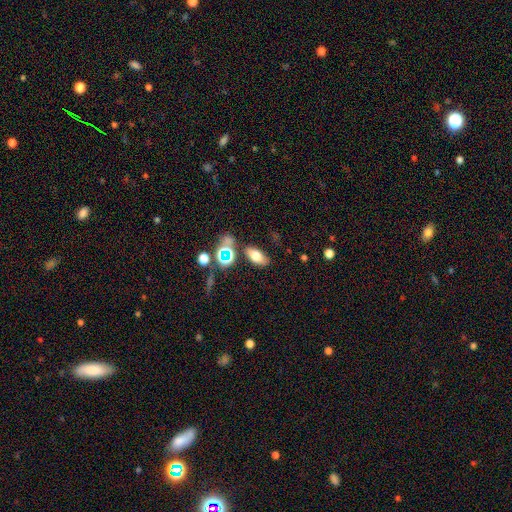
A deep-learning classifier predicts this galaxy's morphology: smooth_or_featured: smooth (p=0.69) [alt: featured or disk p=0.17]
how_rounded: in between (p=0.87) [alt: round p=0.07]
merging: none (p=0.72) [alt: minor disturbance p=0.13]